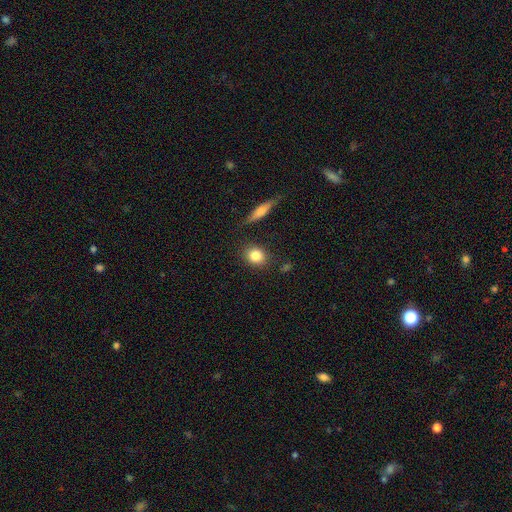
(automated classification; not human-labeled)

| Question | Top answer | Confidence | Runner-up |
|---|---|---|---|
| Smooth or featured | smooth | 83% | star or artifact (9%) |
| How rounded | round | 64% | in between (33%) |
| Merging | none | 84% | minor disturbance (10%) |